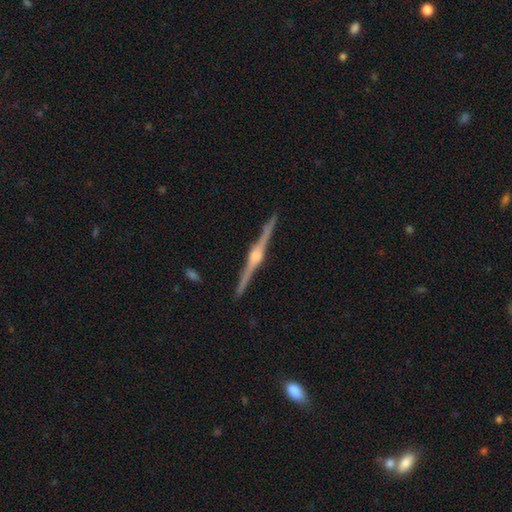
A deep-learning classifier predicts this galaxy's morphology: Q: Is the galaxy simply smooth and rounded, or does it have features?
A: featured or disk — 90%.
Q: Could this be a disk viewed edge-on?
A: yes — 99%.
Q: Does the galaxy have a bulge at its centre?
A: rounded — 88%.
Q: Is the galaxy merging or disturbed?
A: none — 93%.